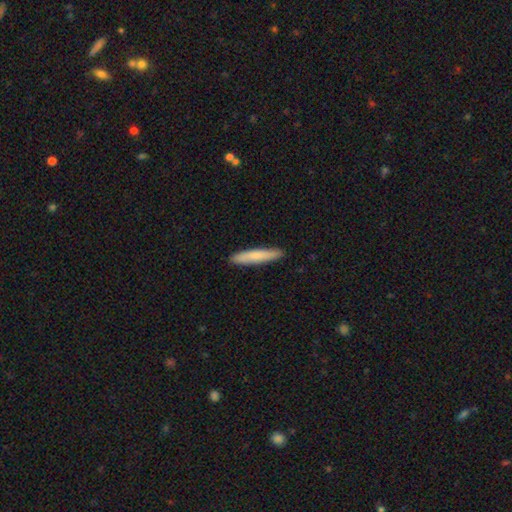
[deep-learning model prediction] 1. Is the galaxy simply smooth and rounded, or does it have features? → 76% smooth, 19% featured or disk, 5% star or artifact.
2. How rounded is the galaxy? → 92% cigar-shaped, 7% in between, 1% round.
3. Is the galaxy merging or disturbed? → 91% none, 7% minor disturbance, 1% major disturbance, 1% merger.